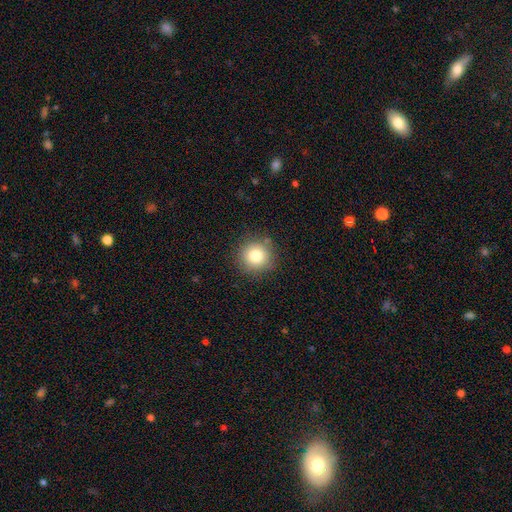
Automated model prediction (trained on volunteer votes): A smooth galaxy with no disk features (81%) that is round (93%). Merging: none (87%).